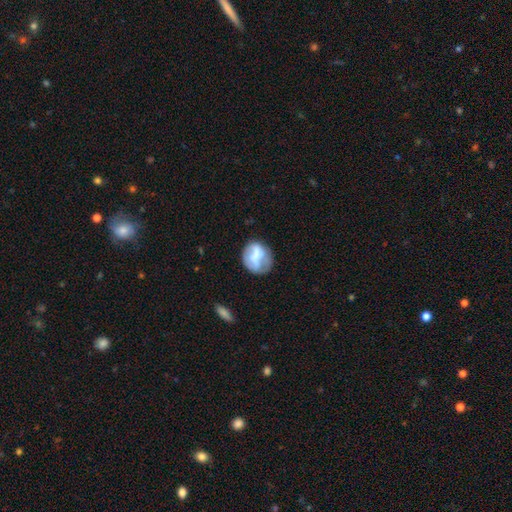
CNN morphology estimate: This appears to be a smooth galaxy with no disk features (56%) that is round (62%). Merging: none (53%).